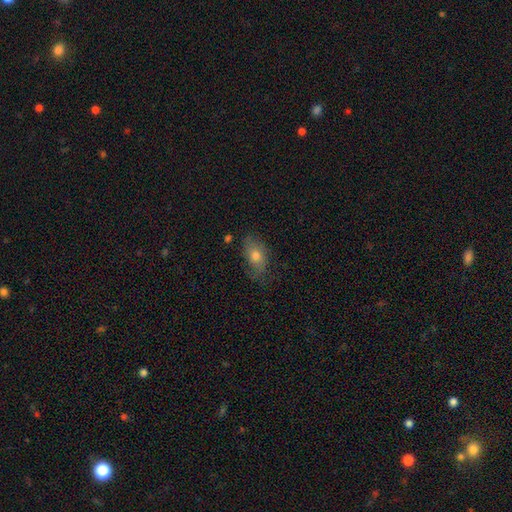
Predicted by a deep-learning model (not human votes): This appears to be a smooth galaxy with no disk features (68%) that is in between round and cigar-shaped (84%). Merging: none (70%).